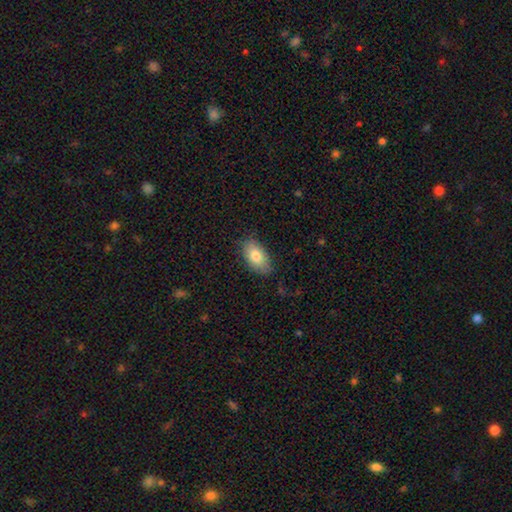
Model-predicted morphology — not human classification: Smooth or featured? Predicted: smooth (p=0.80). How rounded? Predicted: in between (p=0.93). Merging? Predicted: none (p=0.81).